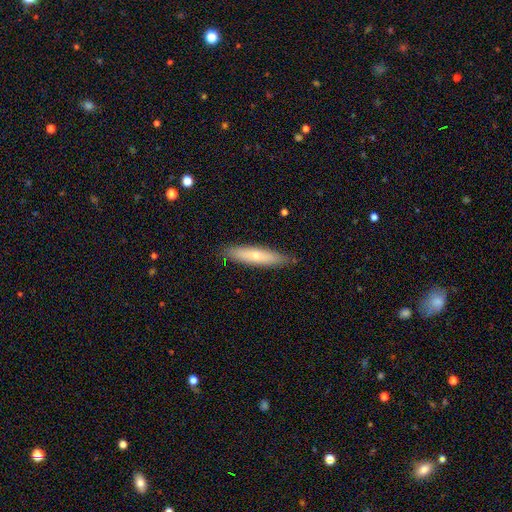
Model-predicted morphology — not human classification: A smooth galaxy with no disk features (61%) that is cigar-shaped (82%). Merging: none (87%).